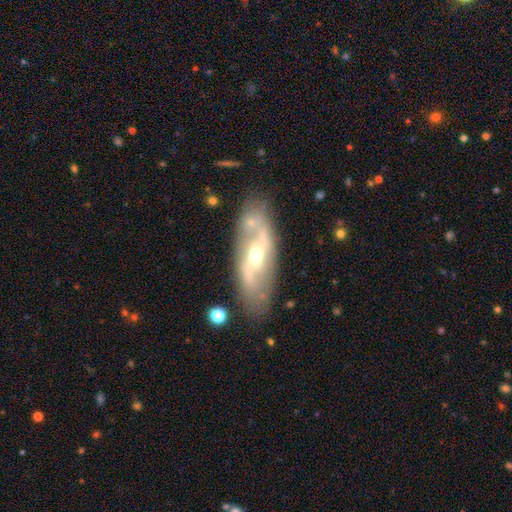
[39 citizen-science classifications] smooth_or_featured: featured or disk (p=0.82) [alt: smooth p=0.15]
disk_edge_on: no (p=0.94) [alt: yes p=0.06]
bar: strong (p=0.43) [alt: weak p=0.40]
has_spiral_arms: yes (p=0.77) [alt: no p=0.23]
spiral_winding: loose (p=0.74) [alt: medium p=0.26]
spiral_arm_count: 2 (p=0.87) [alt: can't tell p=0.13]
bulge_size: moderate (p=0.63) [alt: small p=0.23]
merging: none (p=0.66) [alt: minor disturbance p=0.18]